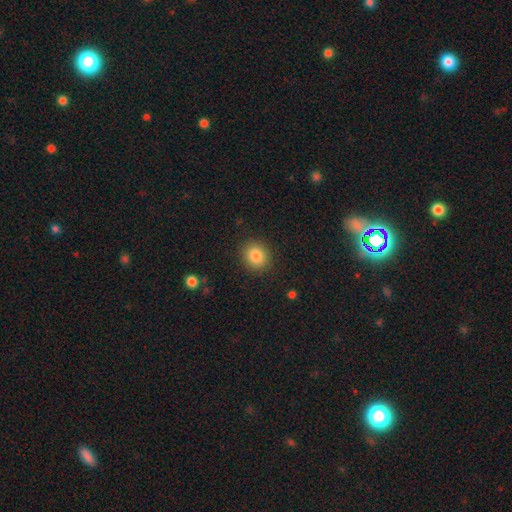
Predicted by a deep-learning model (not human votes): Smooth or featured?
  - smooth: 85% *
  - star or artifact: 10%
  - featured or disk: 6%
How rounded?
  - round: 79% *
  - in between: 20%
  - cigar-shaped: 1%
Merging?
  - none: 89% *
  - minor disturbance: 7%
  - major disturbance: 3%
  - merger: 1%